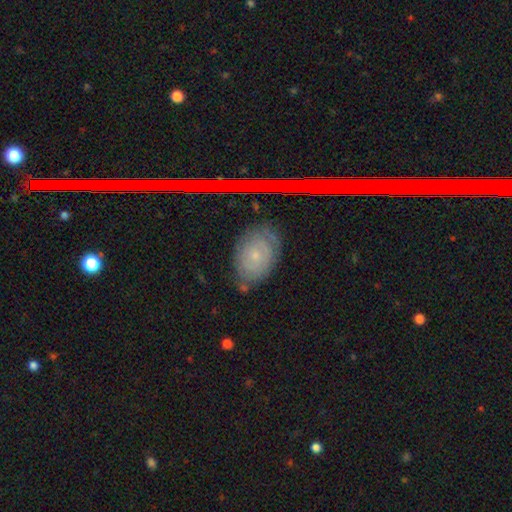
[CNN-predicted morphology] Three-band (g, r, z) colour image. It shows a featured or disk galaxy (49%). Merging: none (76%).